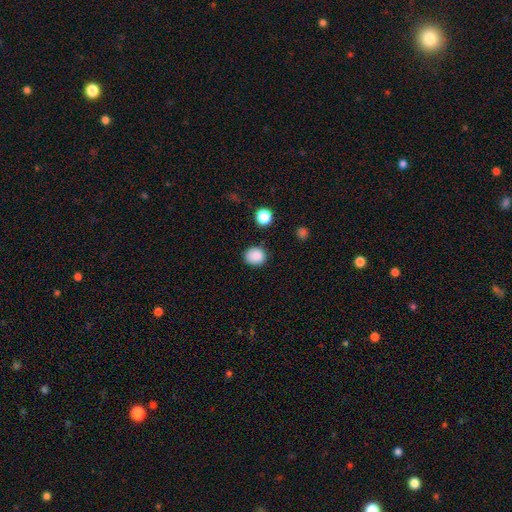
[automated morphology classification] smooth_or_featured: smooth (p=0.86) [alt: star or artifact p=0.10]
how_rounded: round (p=0.75) [alt: in between p=0.24]
merging: none (p=0.83) [alt: minor disturbance p=0.12]